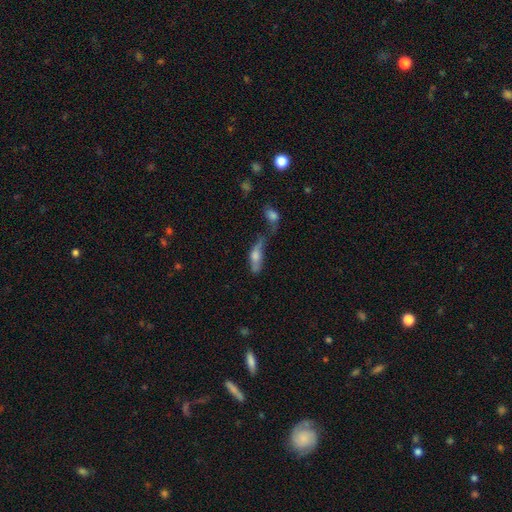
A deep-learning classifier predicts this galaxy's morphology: Smooth or featured: smooth — 58% (featured or disk — 33%)
How rounded: in between — 56% (cigar-shaped — 40%)
Merging: merger — 38% (none — 26%)